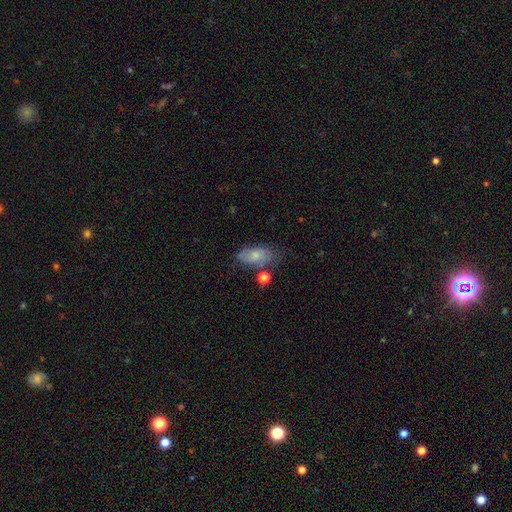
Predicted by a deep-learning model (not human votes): A smooth galaxy with no disk features (68%) that is in between round and cigar-shaped (89%).

Vote fractions:
- Smooth or featured? smooth: 68% / featured or disk: 23% / star or artifact: 9%
- How rounded? in between: 89% / round: 6% / cigar-shaped: 5%
- Merging? none: 51% / minor disturbance: 27% / major disturbance: 11% / merger: 11%